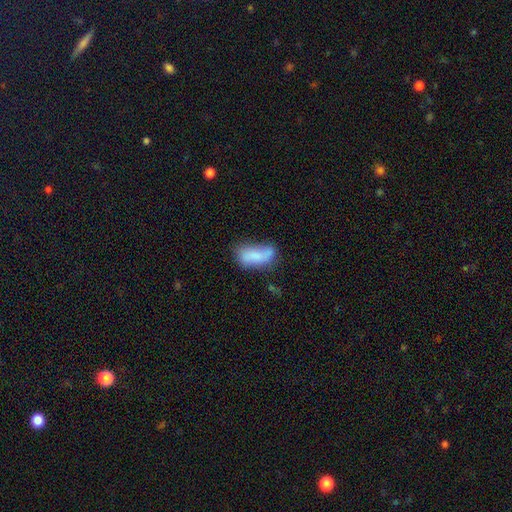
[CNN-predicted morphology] A smooth galaxy with no disk features (68%) that is in between round and cigar-shaped (86%).

Vote fractions:
- Smooth or featured? smooth: 68% / featured or disk: 24% / star or artifact: 8%
- How rounded? in between: 86% / cigar-shaped: 10% / round: 4%
- Merging? none: 43% / minor disturbance: 30% / major disturbance: 15% / merger: 12%